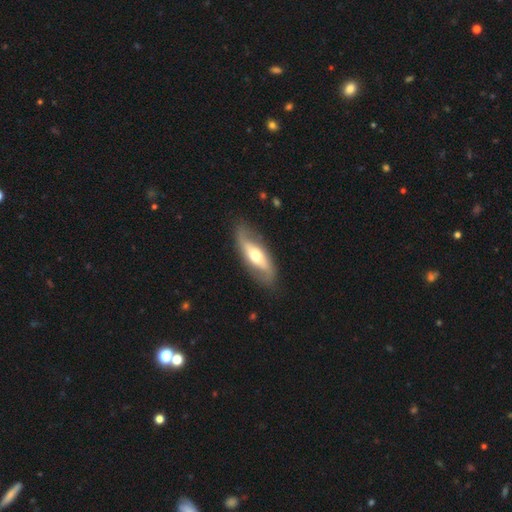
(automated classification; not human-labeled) featured or disk 67%, smooth 28%, star or artifact 5%. Down the decision tree: edge-on disk — no (80%); bar — no (43%); spiral arms — yes (81%); bulge size — moderate (67%); merging — none (76%).